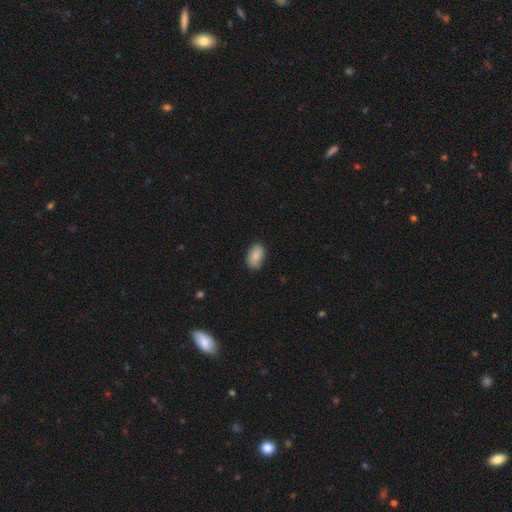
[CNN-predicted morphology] Smooth or featured: smooth — 86% (featured or disk — 7%)
How rounded: in between — 92% (round — 6%)
Merging: none — 79% (minor disturbance — 17%)